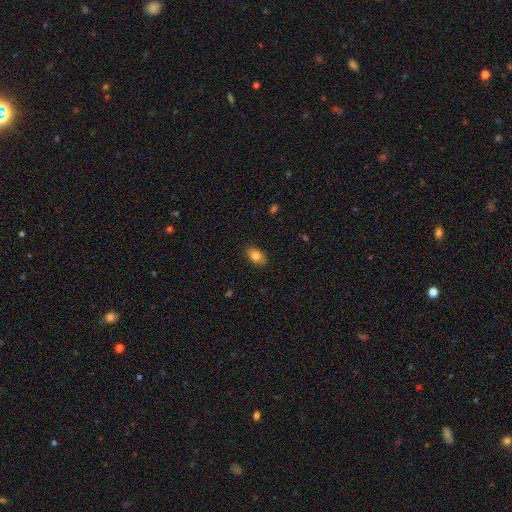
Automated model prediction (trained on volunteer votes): Overall: smooth (83%). How rounded: in between (84%). Merging: none (86%).